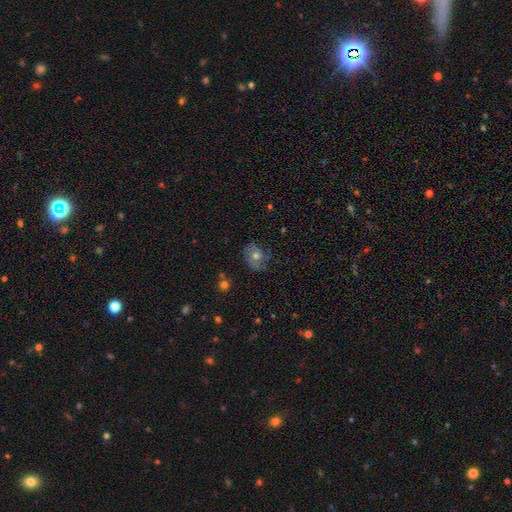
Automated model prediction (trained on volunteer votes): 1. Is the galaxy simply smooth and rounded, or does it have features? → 53% featured or disk, 31% smooth, 16% star or artifact.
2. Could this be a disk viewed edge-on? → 96% no, 4% yes.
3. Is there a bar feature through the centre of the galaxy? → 79% no, 18% weak, 3% strong.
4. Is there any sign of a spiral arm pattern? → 80% yes, 20% no.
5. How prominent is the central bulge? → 64% moderate, 26% small, 6% large, 2% none, 1% dominant.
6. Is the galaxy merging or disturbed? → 67% none, 21% minor disturbance, 10% major disturbance, 2% merger.